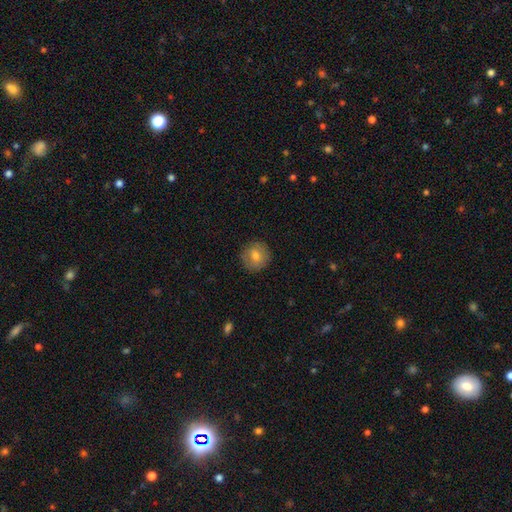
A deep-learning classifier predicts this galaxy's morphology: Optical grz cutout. It shows a smooth galaxy with no disk features (69%) that is round (93%). Merging: none (88%).